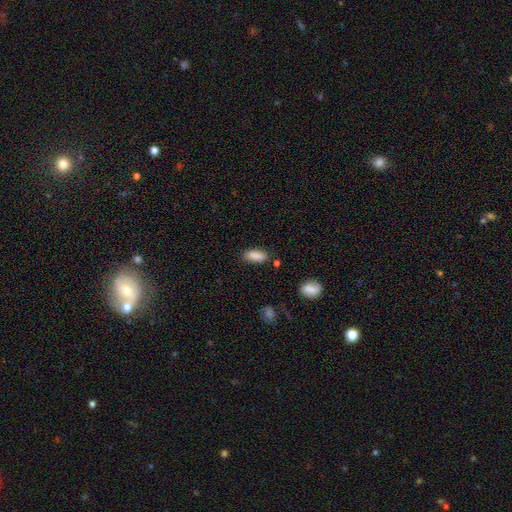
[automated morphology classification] Overall: smooth (88%). How rounded: in between (78%). Merging: none (80%).